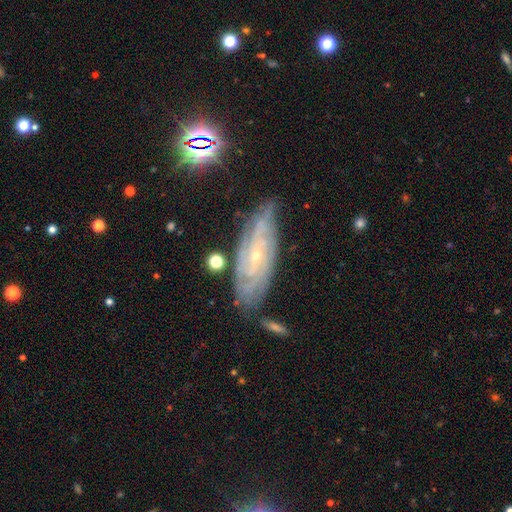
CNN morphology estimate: smooth_or_featured: featured or disk (p=0.83) [alt: smooth p=0.09]
disk_edge_on: no (p=0.88) [alt: yes p=0.12]
bar: no (p=0.56) [alt: weak p=0.33]
has_spiral_arms: yes (p=0.95) [alt: no p=0.05]
spiral_winding: tight (p=0.68) [alt: medium p=0.26]
spiral_arm_count: can't tell (p=0.38) [alt: 2 p=0.17]
bulge_size: small (p=0.75) [alt: moderate p=0.22]
merging: none (p=0.71) [alt: minor disturbance p=0.21]